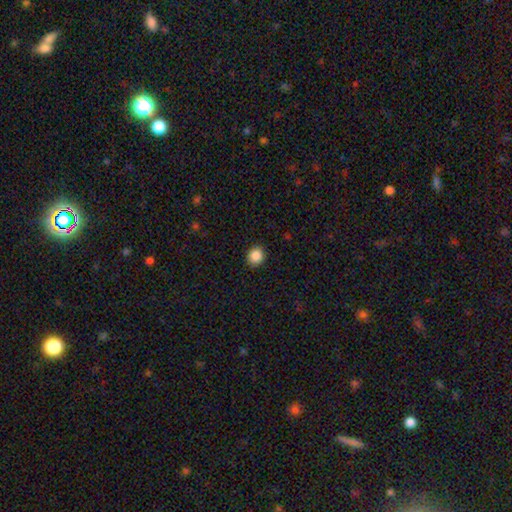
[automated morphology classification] Smooth or featured? smooth (87%)
How rounded? round (86%)
Merging? none (91%)